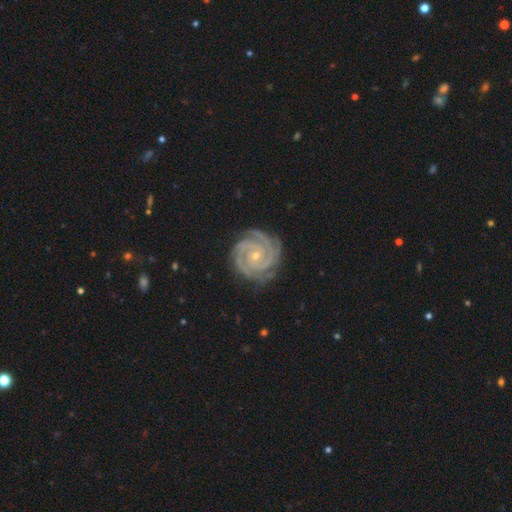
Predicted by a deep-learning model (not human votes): A featured or disk galaxy (93%) with no bar (69%), 3 (37%) tight (86%) spiral arms (99%) and a small central bulge (72%). Merging: none (82%).